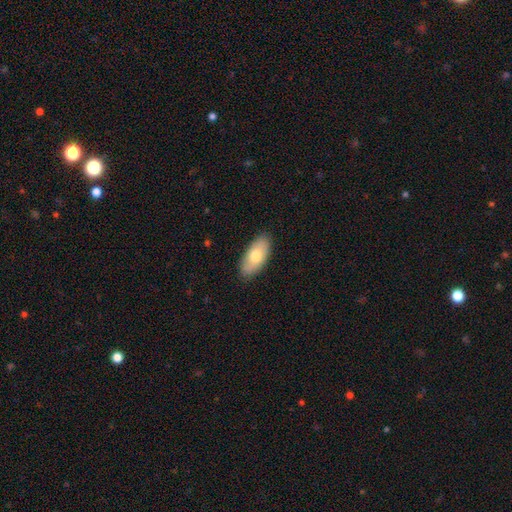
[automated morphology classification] smooth-or-featured: smooth: 72% | featured or disk: 22% | star or artifact: 6%
  how-rounded: in between: 91% | cigar-shaped: 7% | round: 3%
  merging: none: 86% | minor disturbance: 11% | major disturbance: 2% | merger: 1%